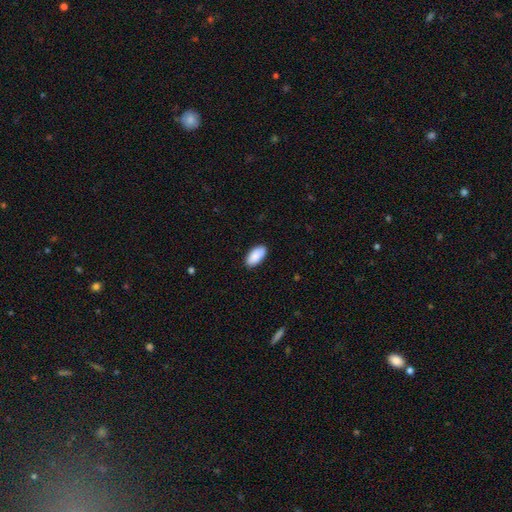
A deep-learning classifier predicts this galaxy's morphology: A smooth galaxy with no disk features (90%) that is in between round and cigar-shaped (95%). Merging: none (88%).